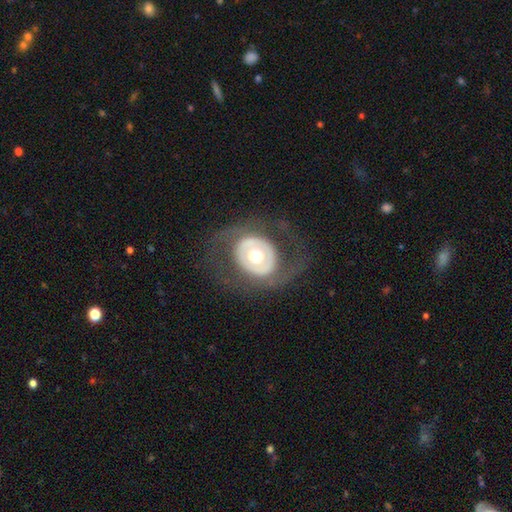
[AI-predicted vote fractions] This is likely a featured or disk galaxy (65%). It is clearly not viewed edge-on (95%). Bar: clearly no (83%). Spiral arm pattern: likely no (77%). Central bulge: likely moderate (66%). Merging: likely none (70%).